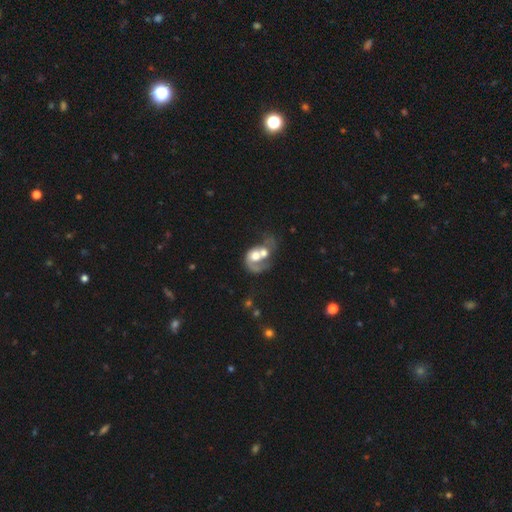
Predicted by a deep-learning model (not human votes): smooth_or_featured: featured or disk (p=0.63) [alt: smooth p=0.29]
disk_edge_on: no (p=0.98) [alt: yes p=0.02]
bar: no (p=0.80) [alt: weak p=0.16]
has_spiral_arms: yes (p=0.66) [alt: no p=0.34]
bulge_size: moderate (p=0.53) [alt: large p=0.30]
merging: merger (p=0.66) [alt: major disturbance p=0.17]